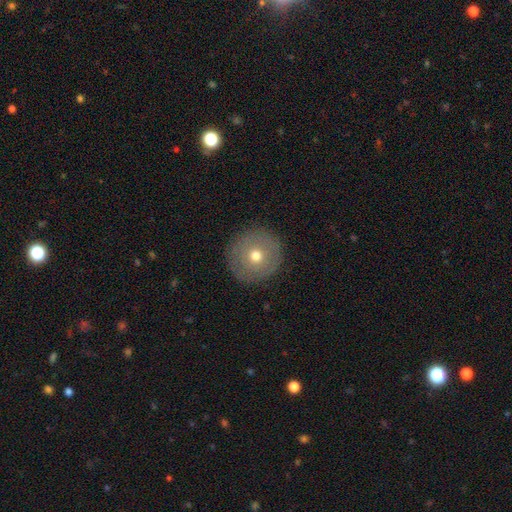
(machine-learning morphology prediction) The model was most divided on "smooth or featured": smooth: 64%, featured or disk: 27%, star or artifact: 10%. More confident: how rounded — round (95%); merging — none (89%).